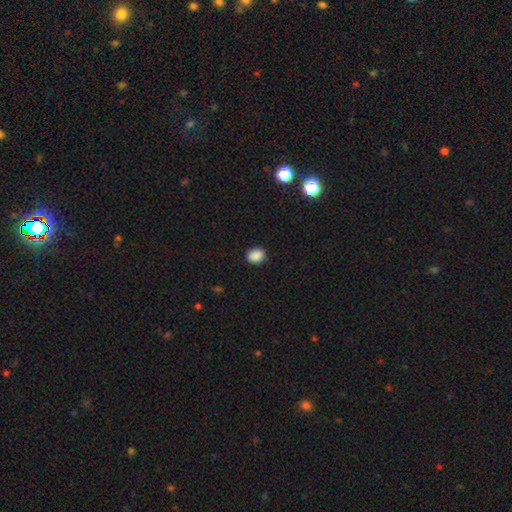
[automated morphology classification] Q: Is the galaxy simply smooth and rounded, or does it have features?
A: smooth — 87%.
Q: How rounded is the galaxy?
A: round — 51%.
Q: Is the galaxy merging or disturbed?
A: none — 86%.